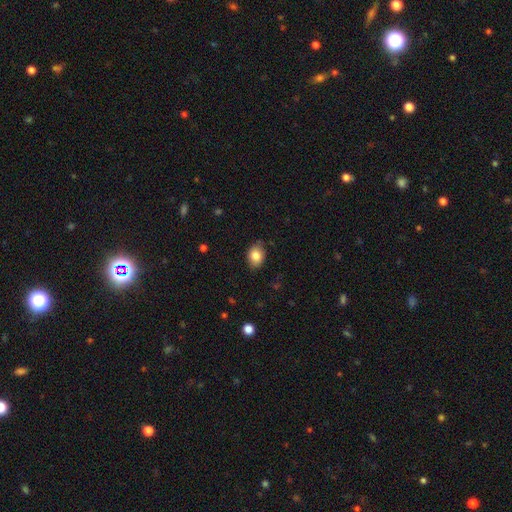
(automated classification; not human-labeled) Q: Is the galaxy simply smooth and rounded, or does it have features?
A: smooth — 82%.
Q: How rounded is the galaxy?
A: in between — 74%.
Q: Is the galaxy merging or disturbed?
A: none — 81%.